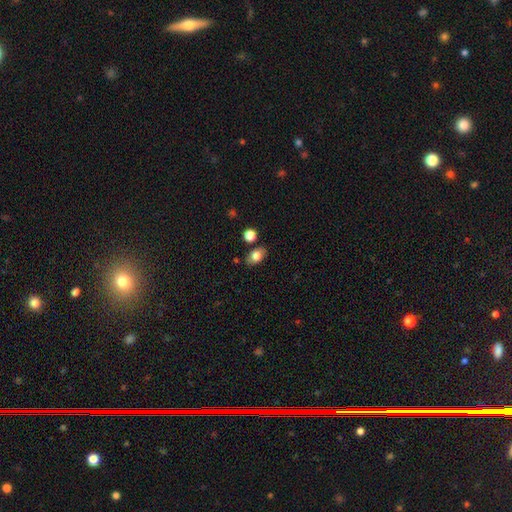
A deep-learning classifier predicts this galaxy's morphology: A smooth galaxy with no disk features (78%) that is in between round and cigar-shaped (84%). Merging: none (80%).